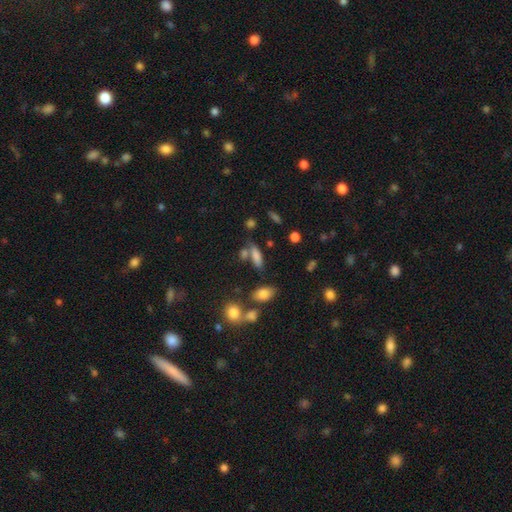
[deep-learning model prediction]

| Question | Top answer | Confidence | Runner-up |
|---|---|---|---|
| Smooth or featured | smooth | 75% | featured or disk (13%) |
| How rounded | in between | 54% | cigar-shaped (41%) |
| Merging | none | 57% | merger (21%) |